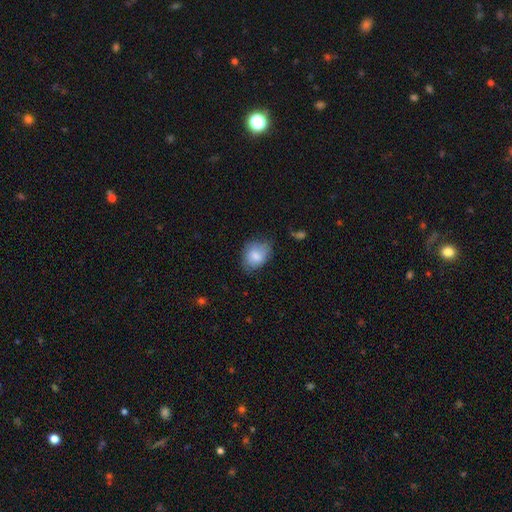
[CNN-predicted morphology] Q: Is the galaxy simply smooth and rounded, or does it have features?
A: smooth — 79%.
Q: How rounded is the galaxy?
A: in between — 68%.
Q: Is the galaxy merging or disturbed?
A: none — 60%.